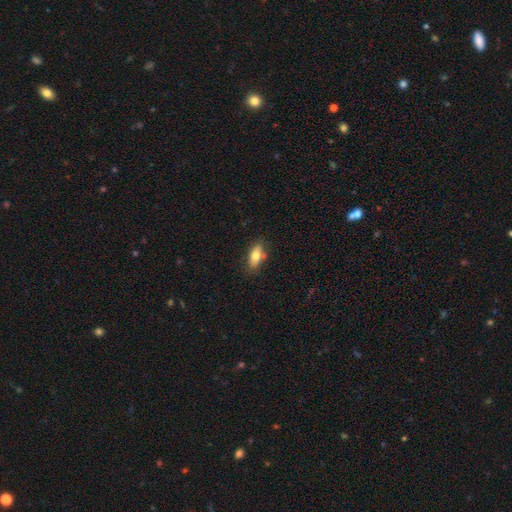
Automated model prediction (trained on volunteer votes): smooth 73%, featured or disk 20%, star or artifact 7%. Down the decision tree: how rounded — in between (82%); merging — none (76%).